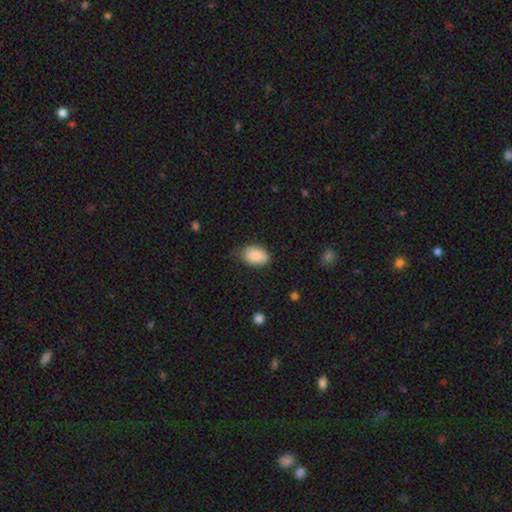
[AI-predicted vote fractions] This appears to be a smooth galaxy with no disk features (87%) that is in between round and cigar-shaped (88%). Merging: none (64%).